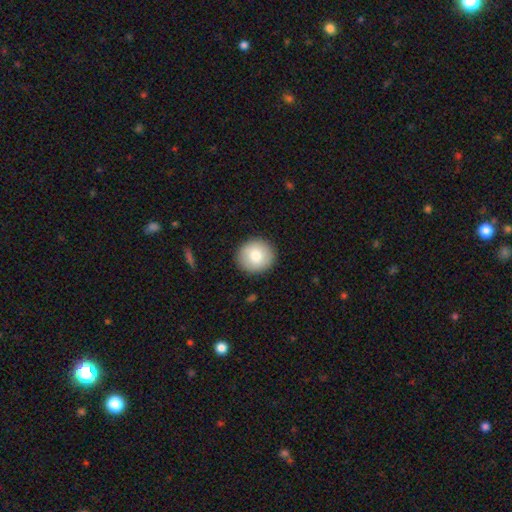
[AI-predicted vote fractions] A smooth galaxy with no disk features (80%) that is round (91%).

Vote fractions:
- Smooth or featured? smooth: 80% / featured or disk: 12% / star or artifact: 7%
- How rounded? round: 91% / in between: 8% / cigar-shaped: 1%
- Merging? none: 91% / minor disturbance: 6% / major disturbance: 2% / merger: 1%